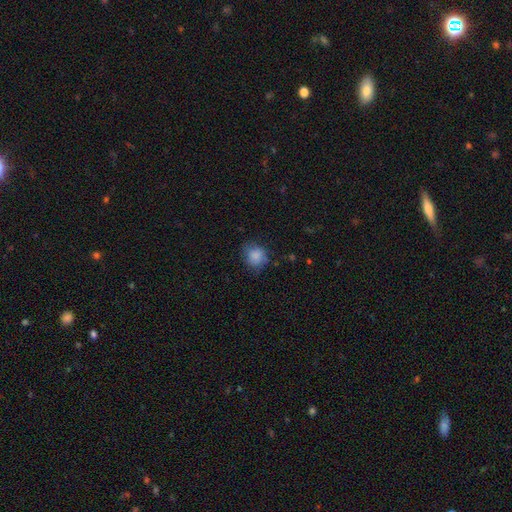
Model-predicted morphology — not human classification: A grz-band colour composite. It shows a smooth galaxy with no disk features (84%) that is round (77%). Merging: none (67%).